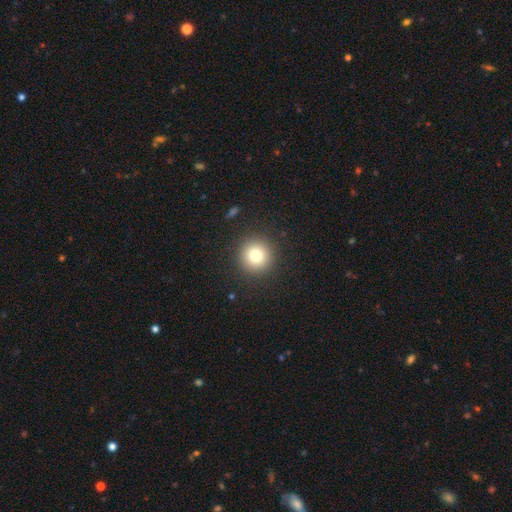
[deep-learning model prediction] Smooth or featured: smooth — 78% (star or artifact — 12%)
How rounded: round — 95% (in between — 4%)
Merging: none — 91% (minor disturbance — 6%)